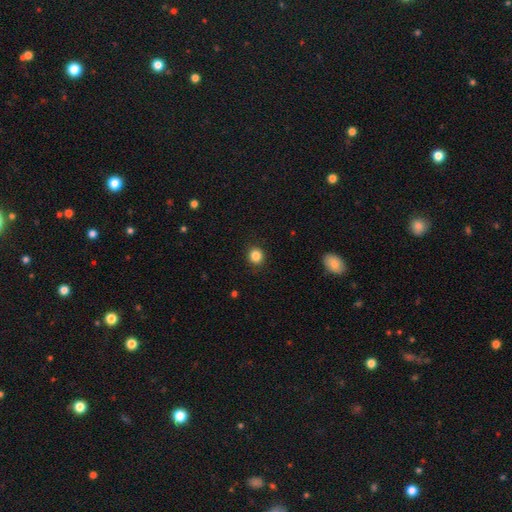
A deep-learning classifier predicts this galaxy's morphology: This is clearly a smooth galaxy (85%). How rounded: clearly round (90%). Merging: clearly none (90%).